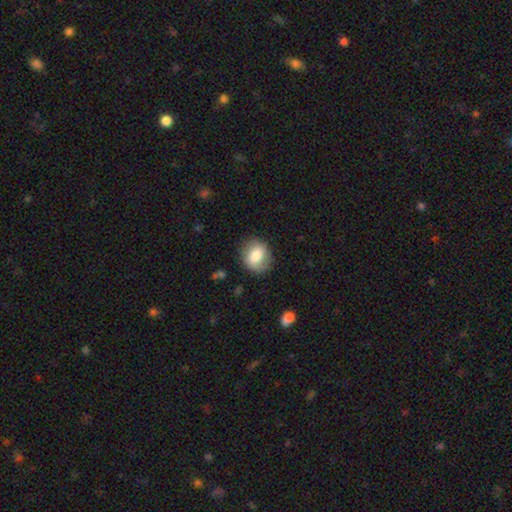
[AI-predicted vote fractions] smooth 74%, featured or disk 18%, star or artifact 8%. Down the decision tree: how rounded — round (66%); merging — none (81%).